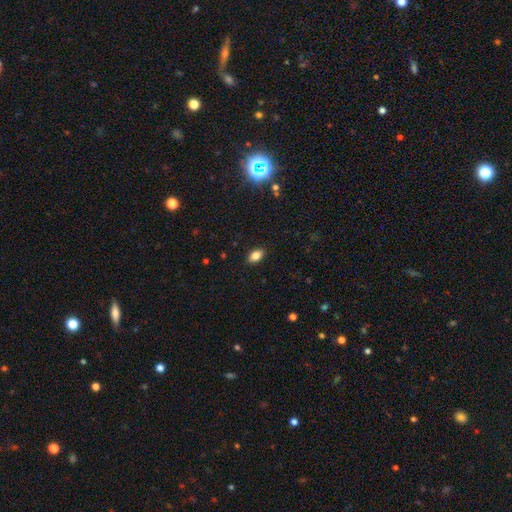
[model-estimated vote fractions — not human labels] Smooth or featured: smooth — 83% (star or artifact — 10%)
How rounded: in between — 89% (round — 9%)
Merging: none — 89% (minor disturbance — 8%)